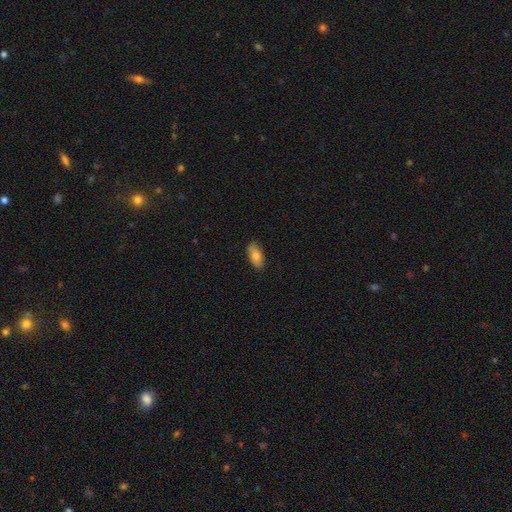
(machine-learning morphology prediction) Q: Smooth or featured?
A: smooth (80%); runner-up: featured or disk (14%)
Q: How rounded?
A: in between (90%); runner-up: cigar-shaped (7%)
Q: Merging?
A: none (85%); runner-up: minor disturbance (12%)